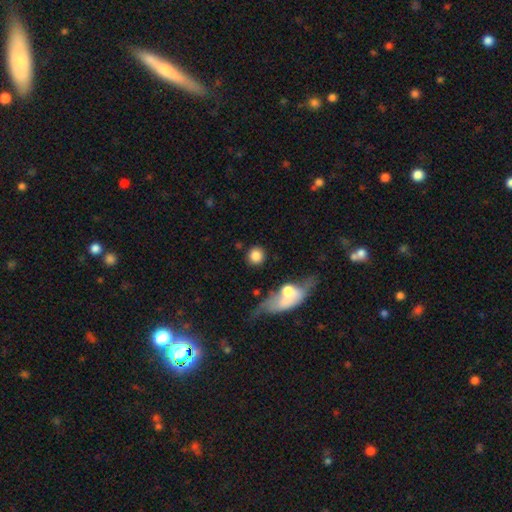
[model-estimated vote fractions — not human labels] Overall: smooth (83%). How rounded: round (88%). Merging: none (78%).